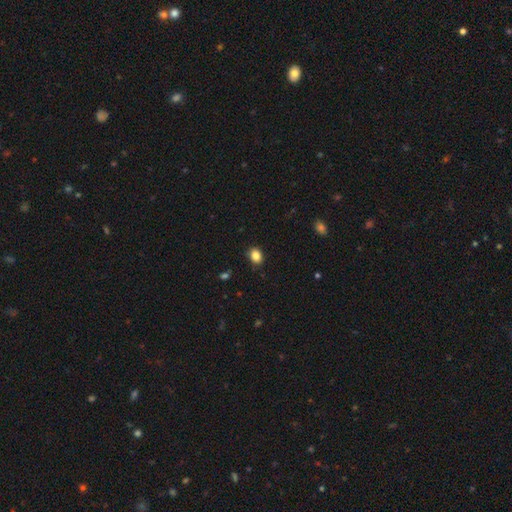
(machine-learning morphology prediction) Smooth or featured?
  - smooth: 86% *
  - star or artifact: 10%
  - featured or disk: 5%
How rounded?
  - in between: 57% *
  - round: 42%
  - cigar-shaped: 1%
Merging?
  - none: 86% *
  - minor disturbance: 11%
  - major disturbance: 2%
  - merger: 1%